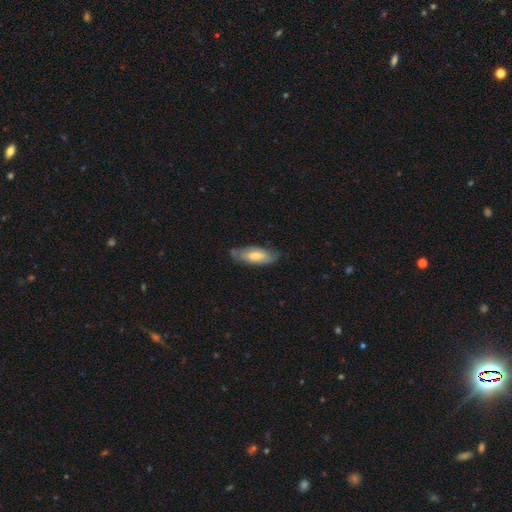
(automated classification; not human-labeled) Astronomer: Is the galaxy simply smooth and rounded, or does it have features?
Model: smooth — 55% (runner-up: featured or disk, 39%).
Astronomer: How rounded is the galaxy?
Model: in between — 70%.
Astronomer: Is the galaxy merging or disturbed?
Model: none — 70%.